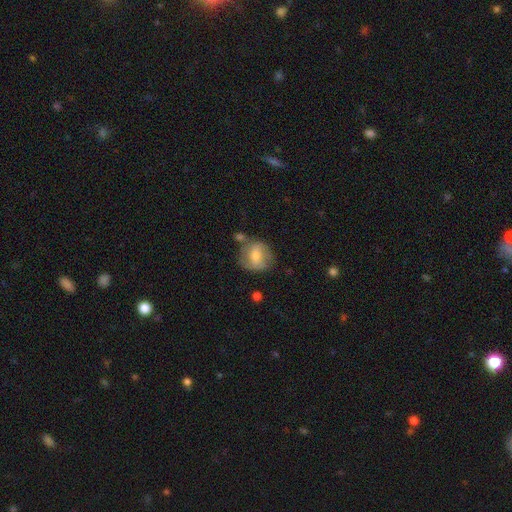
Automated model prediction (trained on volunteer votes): The model was most divided on "smooth or featured": smooth: 58%, featured or disk: 35%, star or artifact: 7%. More confident: how rounded — round (70%); merging — none (55%).